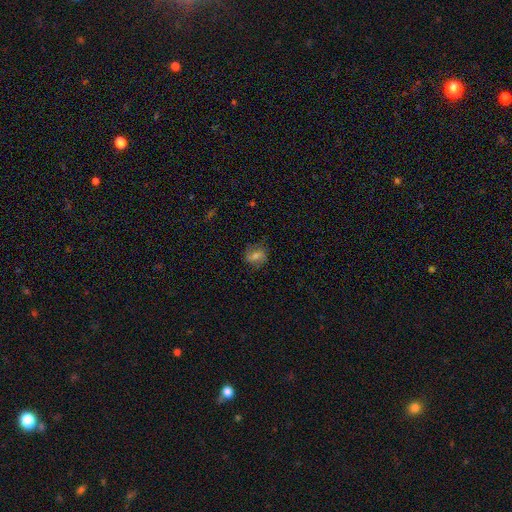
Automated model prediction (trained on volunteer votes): Overall: featured or disk (44%; smooth 42%). Merging: none (79%).